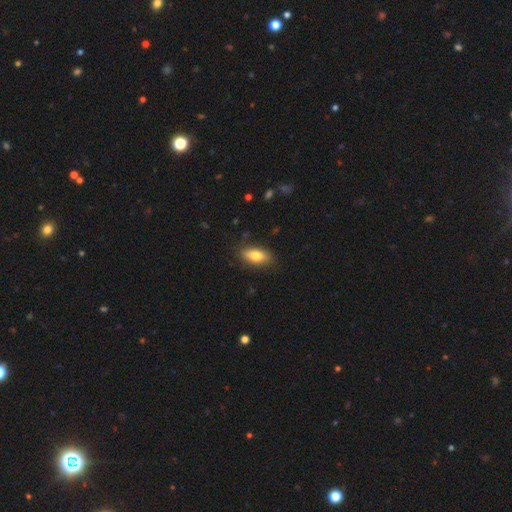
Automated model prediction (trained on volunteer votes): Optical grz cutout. It shows a smooth galaxy with no disk features (78%) that is in between round and cigar-shaped (83%). Merging: none (85%).